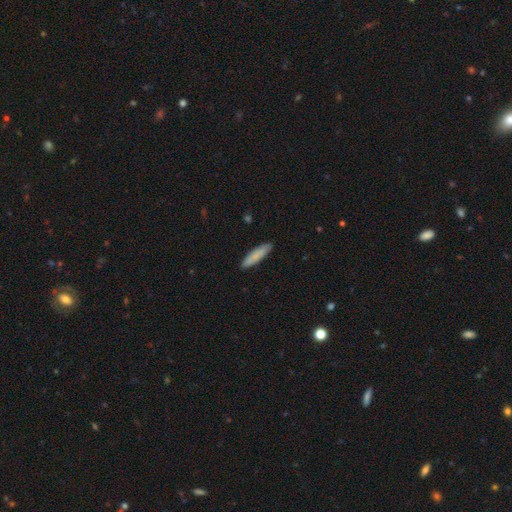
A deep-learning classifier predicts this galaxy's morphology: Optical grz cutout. It shows a smooth galaxy with no disk features (81%) that is cigar-shaped (74%). Merging: none (88%).